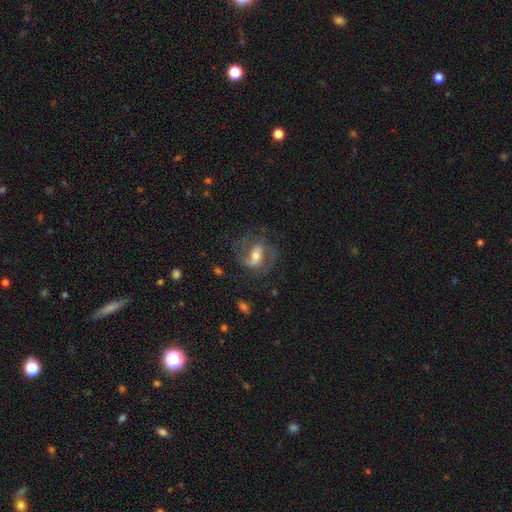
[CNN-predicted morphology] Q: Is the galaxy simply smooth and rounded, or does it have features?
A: featured or disk — 72%.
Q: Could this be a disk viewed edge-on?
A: no — 96%.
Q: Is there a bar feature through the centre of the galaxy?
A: weak — 43%.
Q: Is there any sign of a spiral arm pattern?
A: yes — 89%.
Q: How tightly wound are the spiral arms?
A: medium — 50%.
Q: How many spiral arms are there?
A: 2 — 77%.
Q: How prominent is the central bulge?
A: moderate — 58%.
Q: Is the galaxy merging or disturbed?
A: none — 62%.